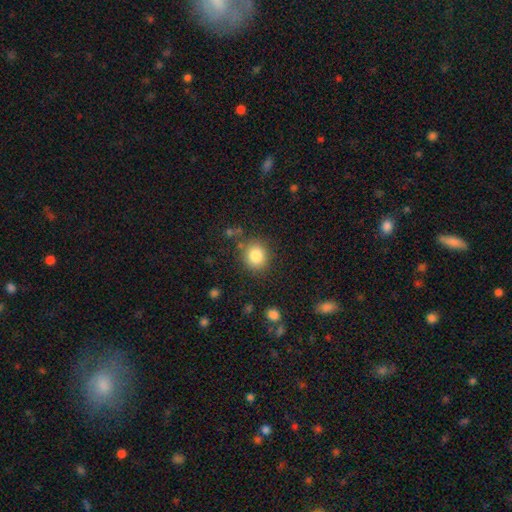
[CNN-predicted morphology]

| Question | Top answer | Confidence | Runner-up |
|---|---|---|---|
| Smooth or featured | smooth | 83% | star or artifact (10%) |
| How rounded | round | 84% | in between (15%) |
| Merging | none | 83% | minor disturbance (10%) |